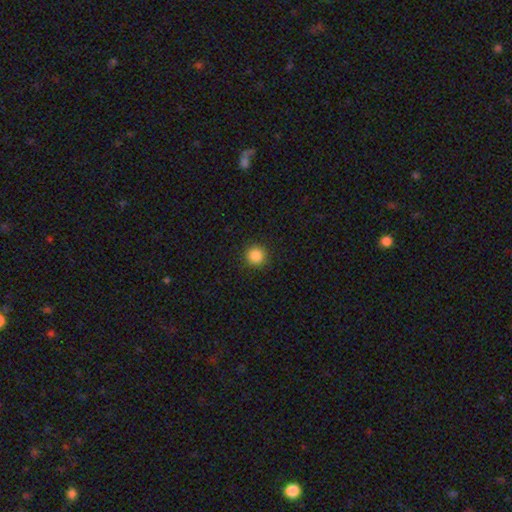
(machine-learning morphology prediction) smooth 85%, star or artifact 11%, featured or disk 4%. Down the decision tree: how rounded — round (95%); merging — none (92%).